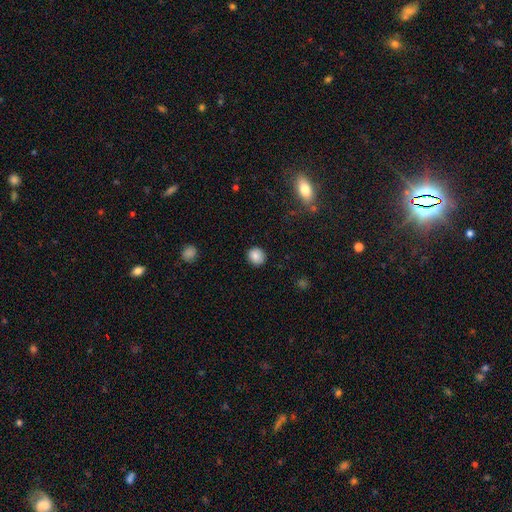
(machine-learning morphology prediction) A smooth galaxy with no disk features (85%) that is round (83%).

Vote fractions:
- Smooth or featured? smooth: 85% / star or artifact: 9% / featured or disk: 5%
- How rounded? round: 83% / in between: 16% / cigar-shaped: 1%
- Merging? none: 89% / minor disturbance: 7% / major disturbance: 2% / merger: 1%